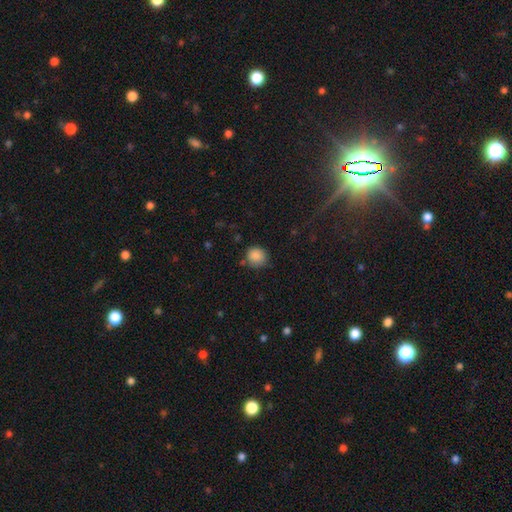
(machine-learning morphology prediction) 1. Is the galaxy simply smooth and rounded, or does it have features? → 87% smooth, 9% star or artifact, 4% featured or disk.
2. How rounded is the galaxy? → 87% round, 12% in between, 1% cigar-shaped.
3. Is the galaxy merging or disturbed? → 76% none, 16% minor disturbance, 4% major disturbance, 4% merger.